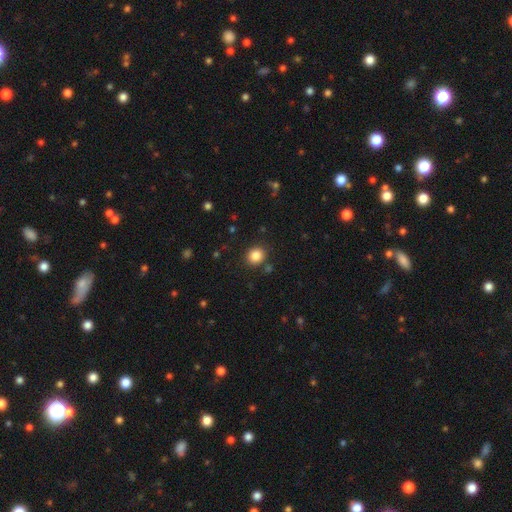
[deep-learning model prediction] This is clearly a smooth galaxy (84%). How rounded: clearly round (82%). Merging: clearly none (87%).